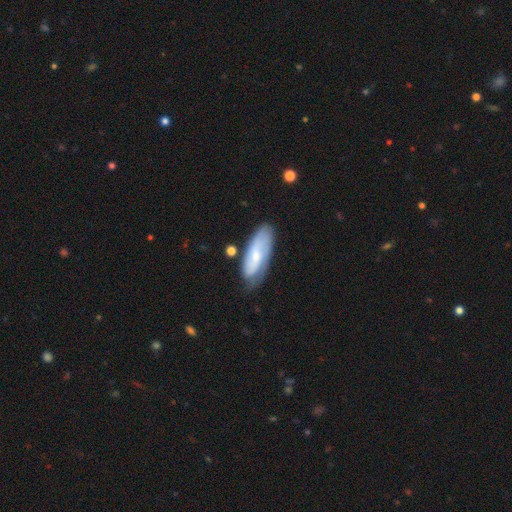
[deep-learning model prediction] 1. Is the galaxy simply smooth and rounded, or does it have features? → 49% featured or disk, 45% smooth, 6% star or artifact.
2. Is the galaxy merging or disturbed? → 64% none, 25% minor disturbance, 7% major disturbance, 4% merger.